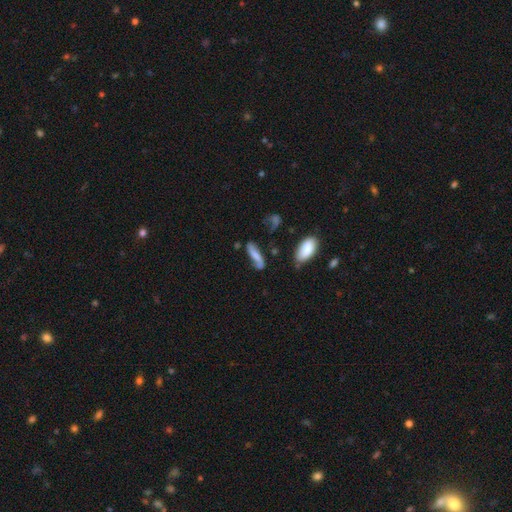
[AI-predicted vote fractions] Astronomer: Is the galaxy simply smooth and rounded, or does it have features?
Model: smooth — 51% (runner-up: featured or disk, 40%).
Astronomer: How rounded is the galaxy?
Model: cigar-shaped — 54% (runner-up: in between, 42%).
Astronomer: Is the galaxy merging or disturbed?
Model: none — 52%.